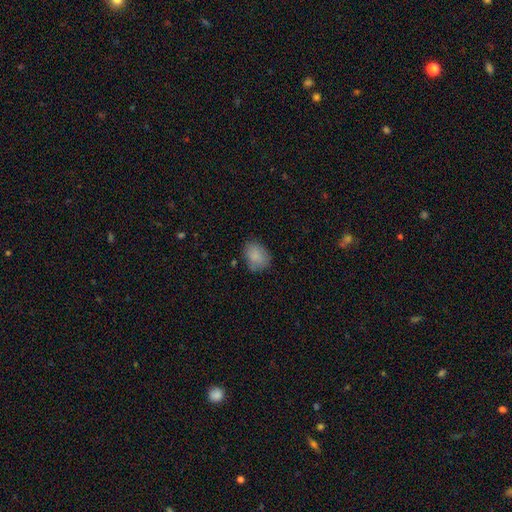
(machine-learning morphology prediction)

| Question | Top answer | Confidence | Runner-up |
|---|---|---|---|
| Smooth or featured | smooth | 86% | star or artifact (8%) |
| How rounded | in between | 66% | round (33%) |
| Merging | none | 74% | minor disturbance (20%) |